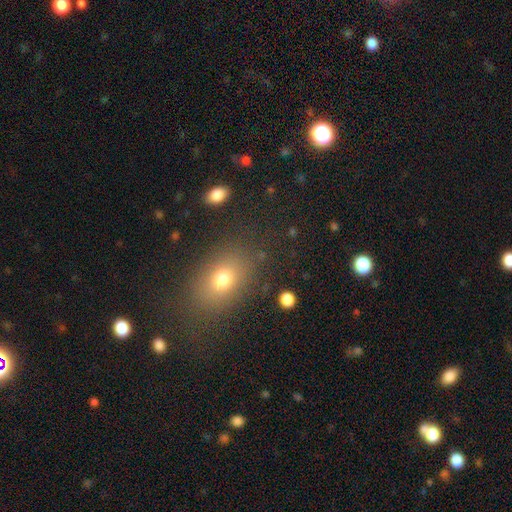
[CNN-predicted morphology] Smooth or featured: smooth — 68% (star or artifact — 21%)
How rounded: in between — 69% (round — 29%)
Merging: none — 84% (minor disturbance — 10%)